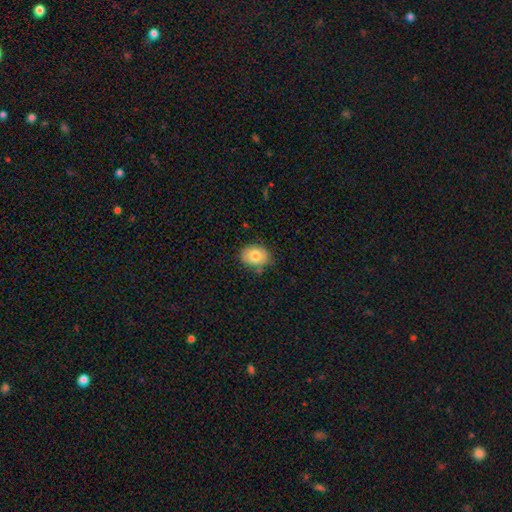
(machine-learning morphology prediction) The model was most divided on "how rounded": in between: 55%, round: 44%, cigar-shaped: 1%. More confident: smooth or featured — smooth (78%); merging — none (78%).